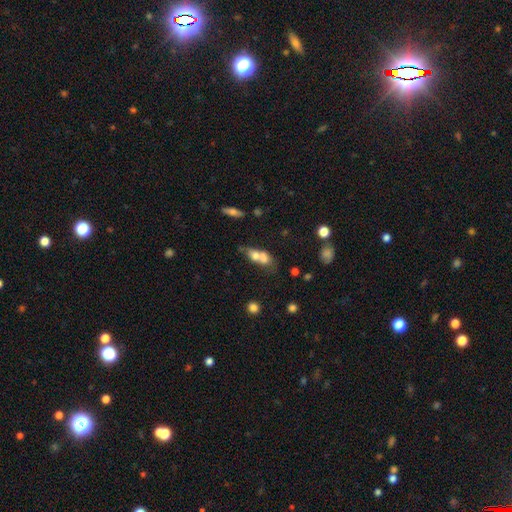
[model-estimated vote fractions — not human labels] smooth-or-featured: smooth: 66% | featured or disk: 23% | star or artifact: 11%
  how-rounded: in between: 60% | round: 30% | cigar-shaped: 10%
  merging: merger: 68% | none: 19% | minor disturbance: 8% | major disturbance: 5%